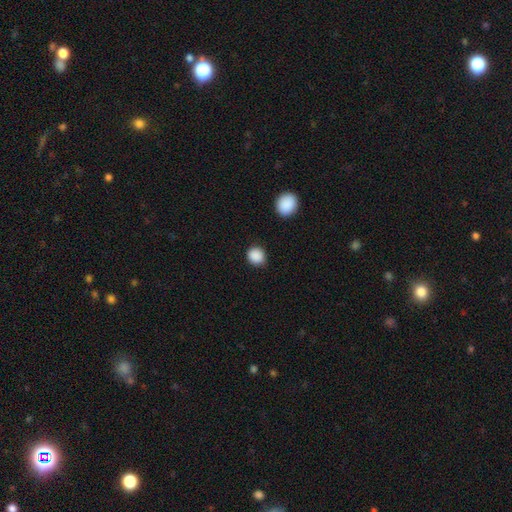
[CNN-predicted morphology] This is clearly a smooth galaxy (88%). How rounded: clearly round (82%). Merging: clearly none (86%).